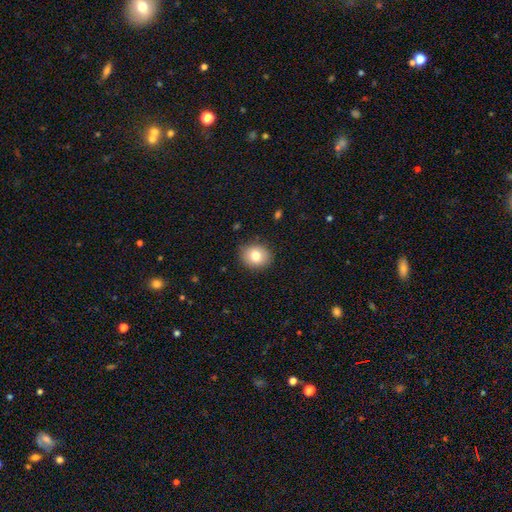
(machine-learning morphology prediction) This appears to be a smooth galaxy with no disk features (80%) that is round (65%). Merging: none (87%).